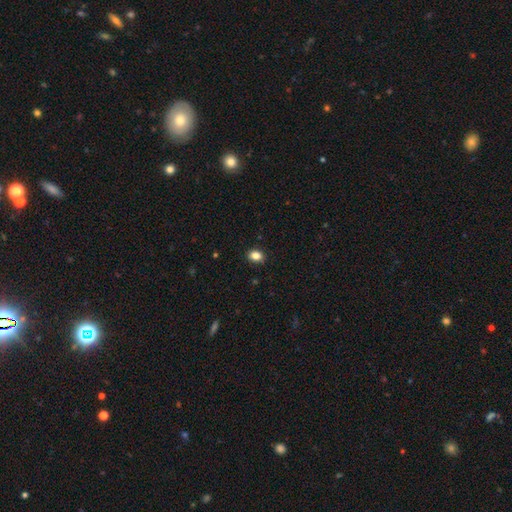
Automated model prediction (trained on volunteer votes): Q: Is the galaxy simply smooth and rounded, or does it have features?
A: smooth — 85%.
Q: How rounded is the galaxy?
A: in between — 65%.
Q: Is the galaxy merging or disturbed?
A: none — 89%.